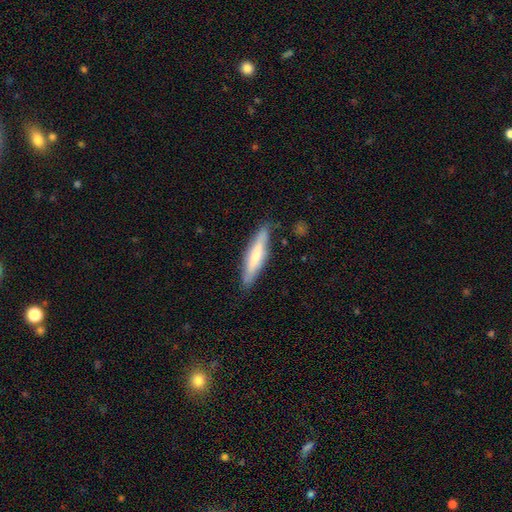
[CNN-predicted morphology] A smooth galaxy with no disk features (55%) that is cigar-shaped (82%).

Vote fractions:
- Smooth or featured? smooth: 55% / featured or disk: 39% / star or artifact: 6%
- How rounded? cigar-shaped: 82% / in between: 17% / round: 1%
- Merging? none: 80% / minor disturbance: 15% / major disturbance: 3% / merger: 2%